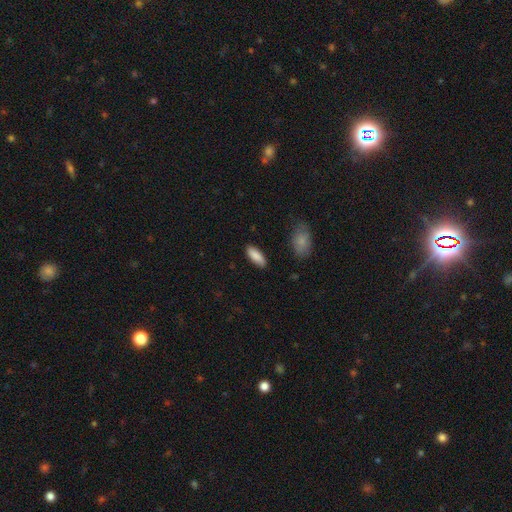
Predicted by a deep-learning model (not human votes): smooth 87%, featured or disk 7%, star or artifact 6%. Down the decision tree: how rounded — in between (75%); merging — none (85%).